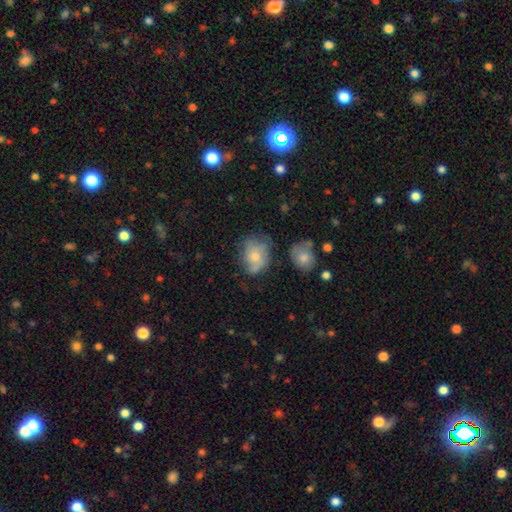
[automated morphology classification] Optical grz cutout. It shows a smooth galaxy with no disk features (59%) that is in between round and cigar-shaped (55%). Merging: none (49%).